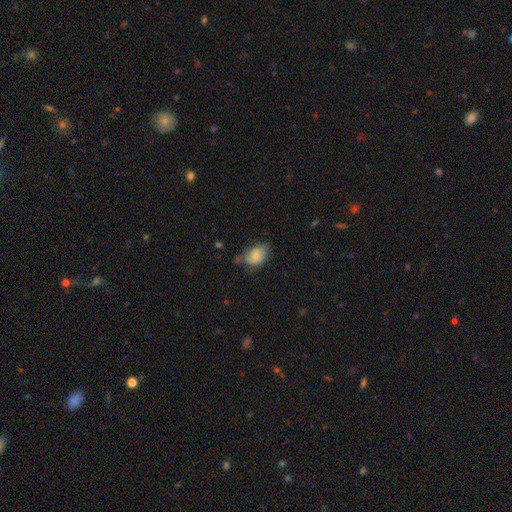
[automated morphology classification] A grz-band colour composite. It shows a smooth galaxy with no disk features (76%) that is in between round and cigar-shaped (83%). Merging: none (47%).